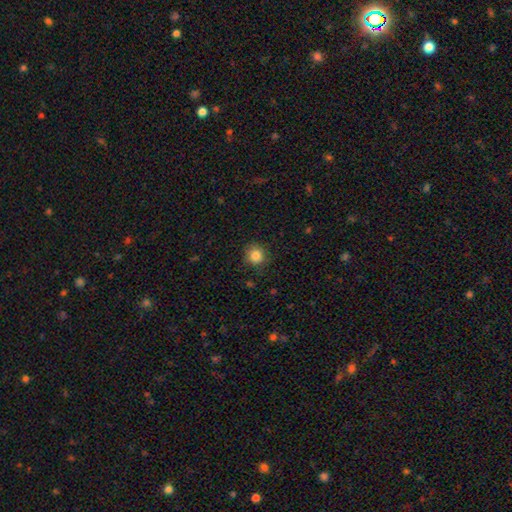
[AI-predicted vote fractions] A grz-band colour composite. It shows a smooth galaxy with no disk features (84%) that is round (89%). Merging: none (85%).